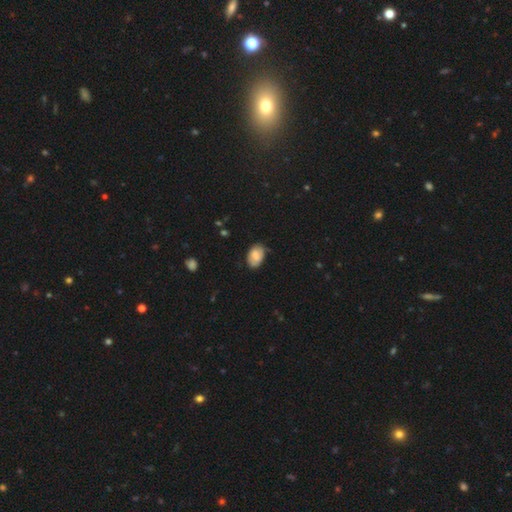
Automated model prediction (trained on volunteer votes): Overall: smooth (73%). How rounded: in between (89%). Merging: none (73%).